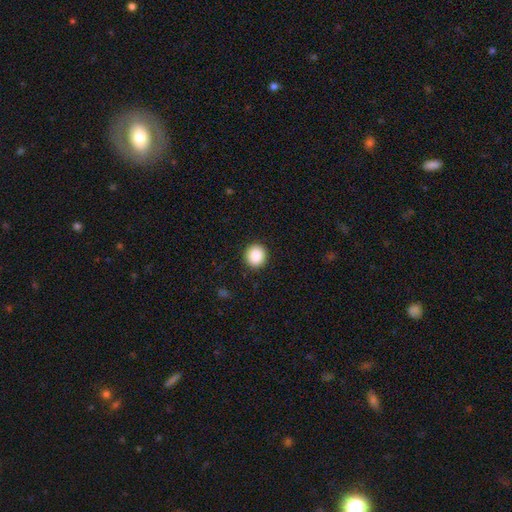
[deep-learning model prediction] Smooth or featured?
  - smooth: 89% *
  - star or artifact: 8%
  - featured or disk: 3%
How rounded?
  - round: 90% *
  - in between: 9%
  - cigar-shaped: 1%
Merging?
  - none: 92% *
  - minor disturbance: 5%
  - major disturbance: 2%
  - merger: 1%